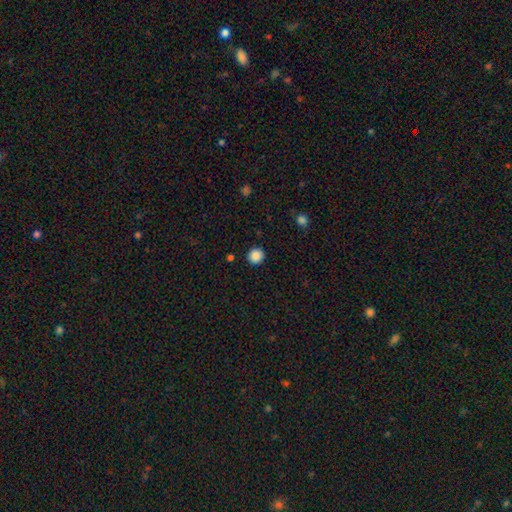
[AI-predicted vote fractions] Smooth or featured: smooth — 88% (star or artifact — 10%)
How rounded: round — 93% (in between — 6%)
Merging: none — 92% (minor disturbance — 5%)